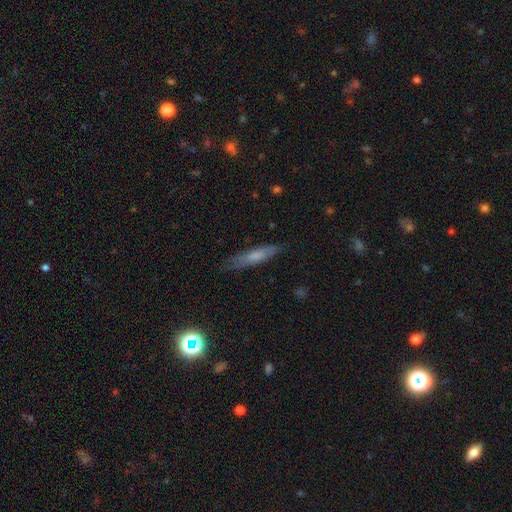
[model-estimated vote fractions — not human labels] Smooth or featured? Predicted: smooth (p=0.62). How rounded? Predicted: cigar-shaped (p=0.82). Merging? Predicted: none (p=0.78).